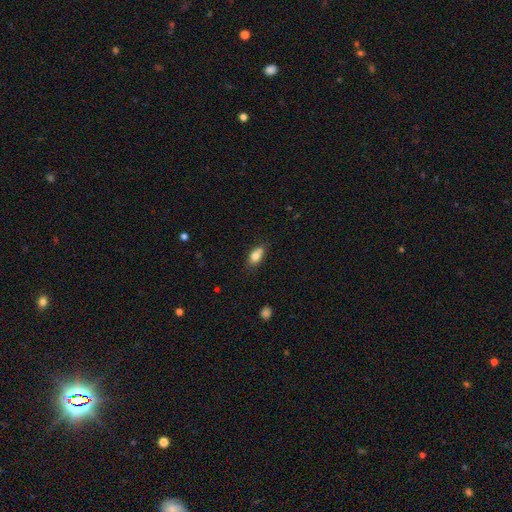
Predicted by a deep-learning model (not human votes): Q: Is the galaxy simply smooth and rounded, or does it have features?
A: smooth — 78%.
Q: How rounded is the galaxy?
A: in between — 79%.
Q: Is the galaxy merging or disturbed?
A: none — 51%.